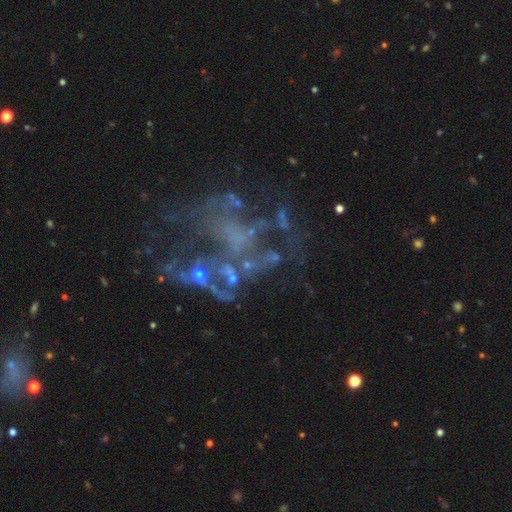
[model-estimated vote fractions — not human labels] featured or disk 66%, star or artifact 25%, smooth 9%. Down the decision tree: edge-on disk — no (97%); bar — no (80%); spiral arms — no (65%); bulge size — none (74%); merging — none (41%).